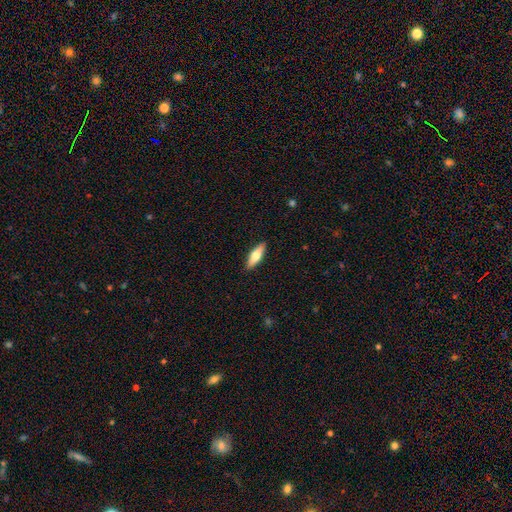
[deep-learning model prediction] Morphology: type=smooth (59%); roundness=cigar-shaped (51%); merging=none (90%).